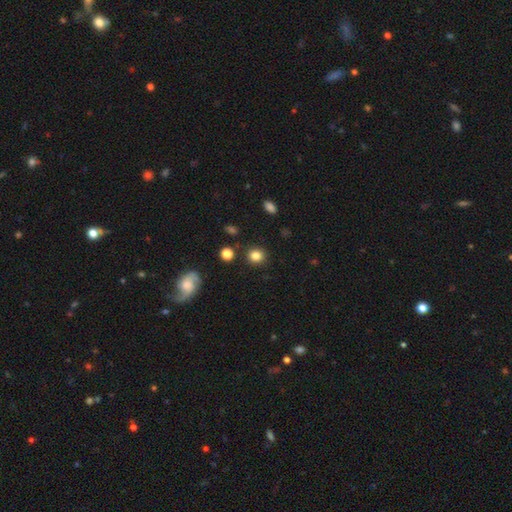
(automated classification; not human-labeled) Smooth or featured? smooth (83%)
How rounded? round (83%)
Merging? none (87%)